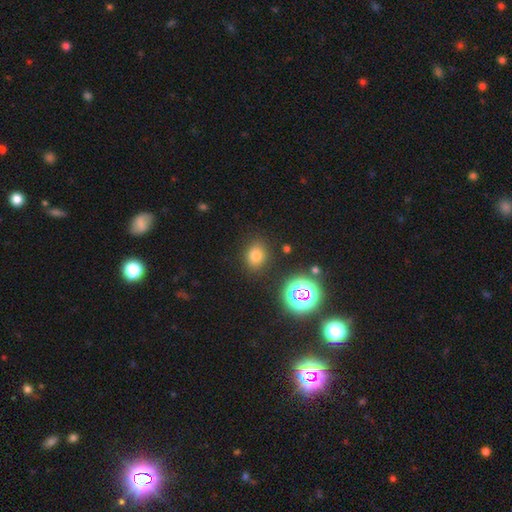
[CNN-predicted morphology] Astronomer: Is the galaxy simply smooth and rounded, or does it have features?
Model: smooth — 73%.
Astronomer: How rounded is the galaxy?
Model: round — 55% (runner-up: in between, 44%).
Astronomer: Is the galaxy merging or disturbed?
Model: none — 85%.